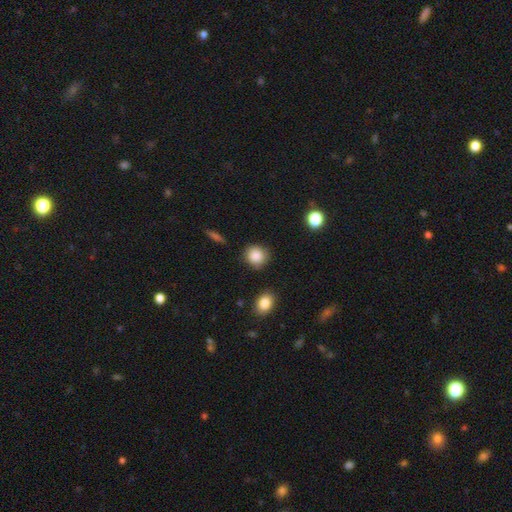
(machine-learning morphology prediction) Smooth or featured: smooth — 86% (star or artifact — 8%)
How rounded: round — 85% (in between — 14%)
Merging: none — 81% (minor disturbance — 13%)